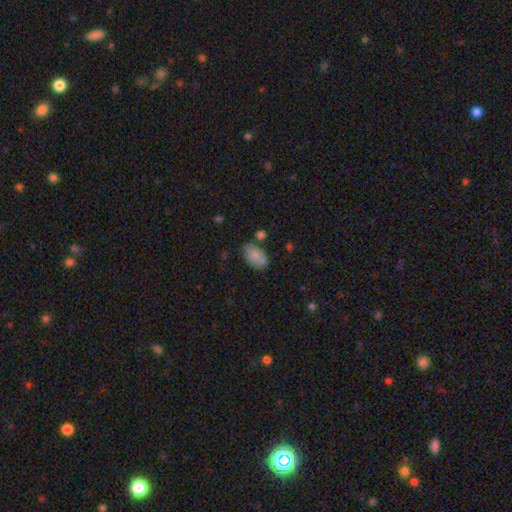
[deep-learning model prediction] smooth_or_featured: smooth (p=0.77) [alt: featured or disk p=0.16]
how_rounded: in between (p=0.90) [alt: round p=0.09]
merging: none (p=0.63) [alt: minor disturbance p=0.22]